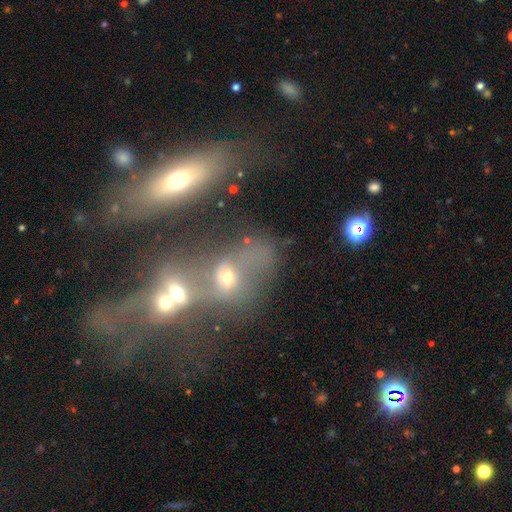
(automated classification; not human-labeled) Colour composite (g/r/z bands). It shows a smooth galaxy with no disk features (47%). Merging: merger (65%).